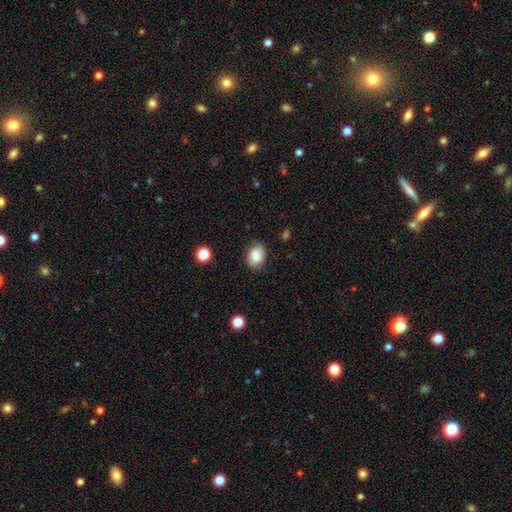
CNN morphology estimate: A smooth galaxy with no disk features (82%) that is in between round and cigar-shaped (66%).

Vote fractions:
- Smooth or featured? smooth: 82% / featured or disk: 10% / star or artifact: 8%
- How rounded? in between: 66% / round: 33% / cigar-shaped: 1%
- Merging? none: 83% / minor disturbance: 13% / major disturbance: 3% / merger: 1%